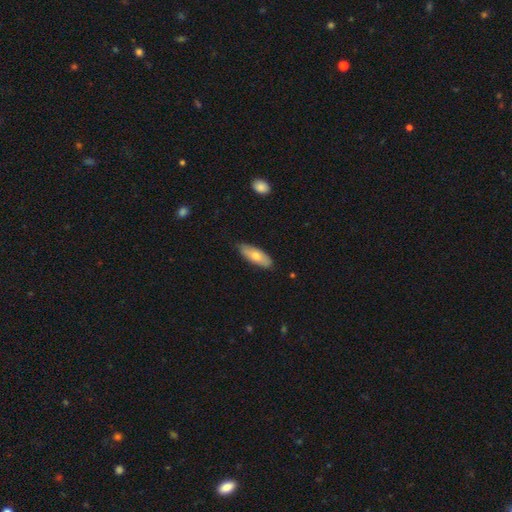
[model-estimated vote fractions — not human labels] This appears to be a smooth galaxy with no disk features (69%) that is in between round and cigar-shaped (68%). Merging: none (82%).